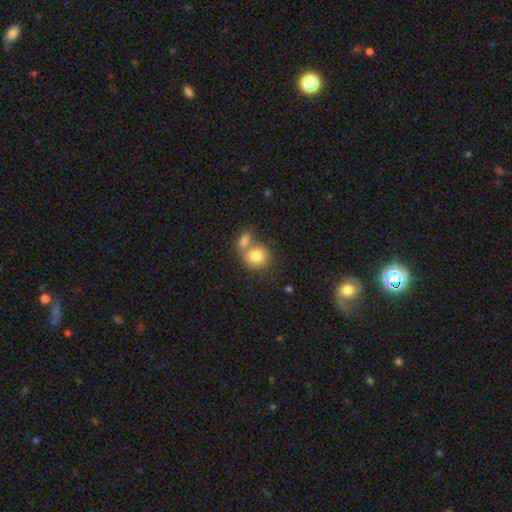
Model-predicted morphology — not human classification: smooth_or_featured: smooth (p=0.80) [alt: featured or disk p=0.12]
how_rounded: round (p=0.72) [alt: in between p=0.27]
merging: merger (p=0.54) [alt: none p=0.33]